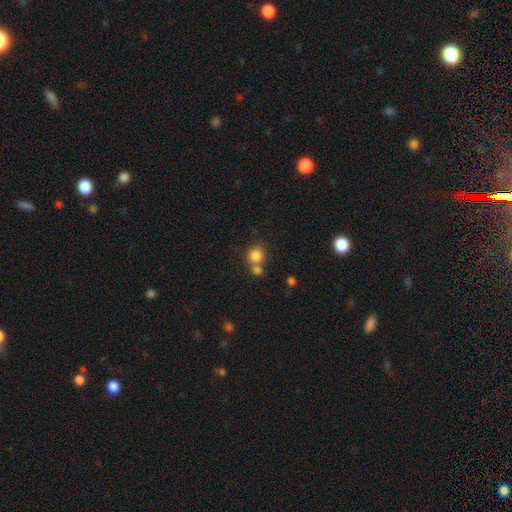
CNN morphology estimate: The model was most divided on "merging": none: 51%, merger: 37%, minor disturbance: 8%, major disturbance: 3%. More confident: how rounded — round (85%); smooth or featured — smooth (82%).